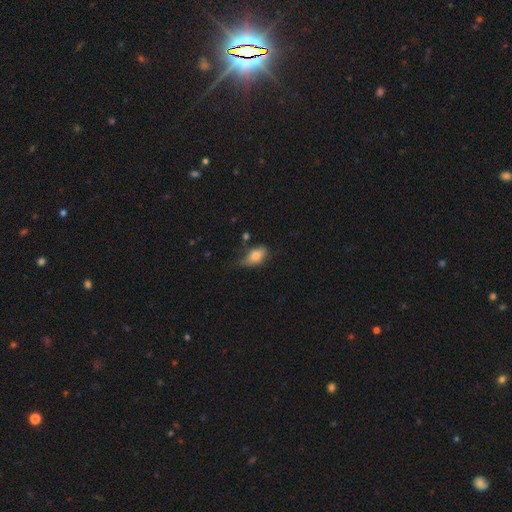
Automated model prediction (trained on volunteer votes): A smooth galaxy with no disk features (78%) that is in between round and cigar-shaped (88%).

Vote fractions:
- Smooth or featured? smooth: 78% / featured or disk: 14% / star or artifact: 8%
- How rounded? in between: 88% / round: 7% / cigar-shaped: 5%
- Merging? none: 50% / minor disturbance: 36% / major disturbance: 11% / merger: 4%